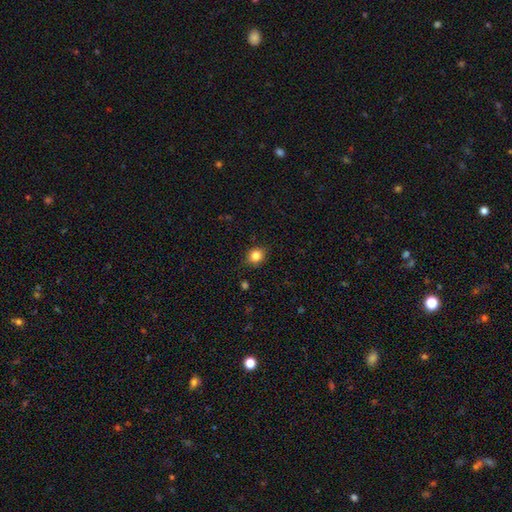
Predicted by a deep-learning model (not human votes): A smooth galaxy with no disk features (84%) that is round (70%).

Vote fractions:
- Smooth or featured? smooth: 84% / star or artifact: 11% / featured or disk: 6%
- How rounded? round: 70% / in between: 29% / cigar-shaped: 1%
- Merging? none: 87% / minor disturbance: 10% / major disturbance: 2% / merger: 1%